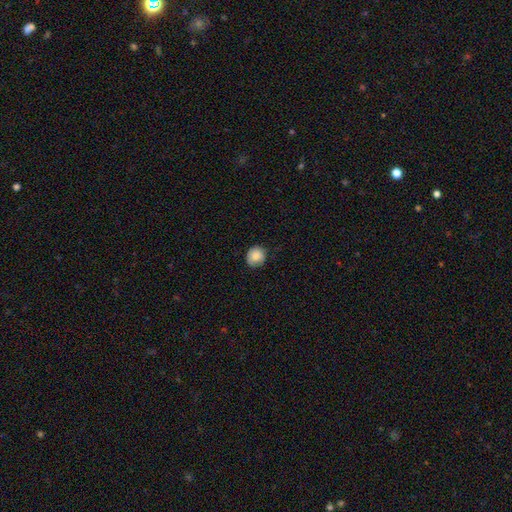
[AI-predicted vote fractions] This appears to be a smooth galaxy with no disk features (84%) that is round (86%). Merging: none (77%).